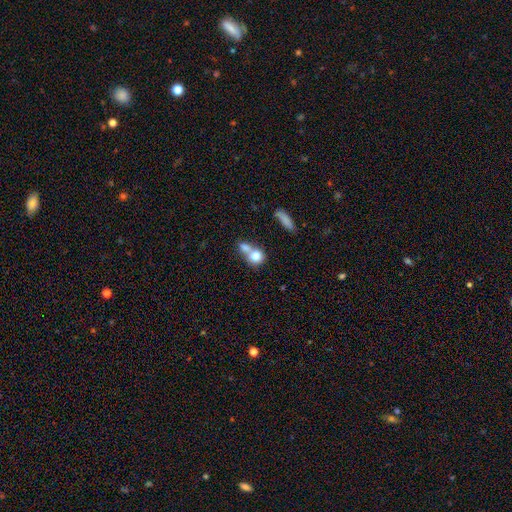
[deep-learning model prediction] smooth_or_featured: smooth (p=0.75) [alt: featured or disk p=0.16]
how_rounded: round (p=0.76) [alt: in between p=0.21]
merging: merger (p=0.56) [alt: none p=0.31]